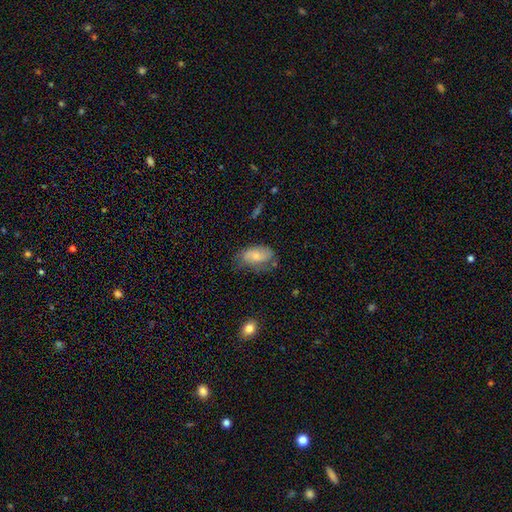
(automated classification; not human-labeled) Smooth or featured: smooth — 66% (featured or disk — 27%)
How rounded: in between — 92% (round — 6%)
Merging: none — 51% (minor disturbance — 33%)